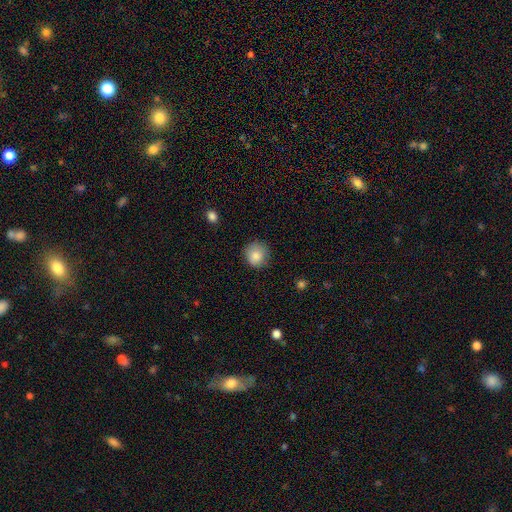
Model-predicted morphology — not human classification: This appears to be a smooth galaxy with no disk features (85%) that is round (88%). Merging: none (77%).